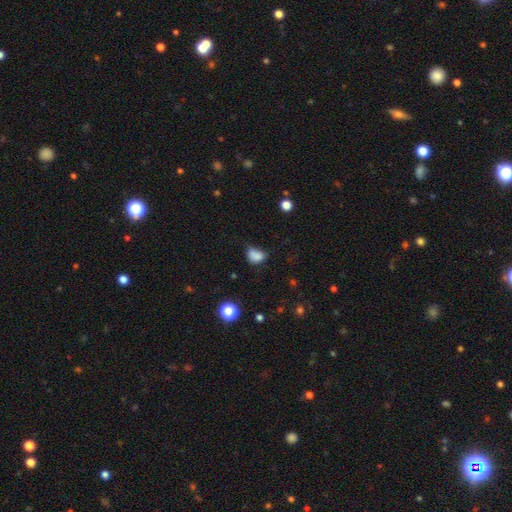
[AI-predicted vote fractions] Smooth or featured?
  - smooth: 78% *
  - star or artifact: 13%
  - featured or disk: 9%
How rounded?
  - in between: 65% *
  - round: 33%
  - cigar-shaped: 1%
Merging?
  - none: 36% *
  - minor disturbance: 34%
  - merger: 16%
  - major disturbance: 14%